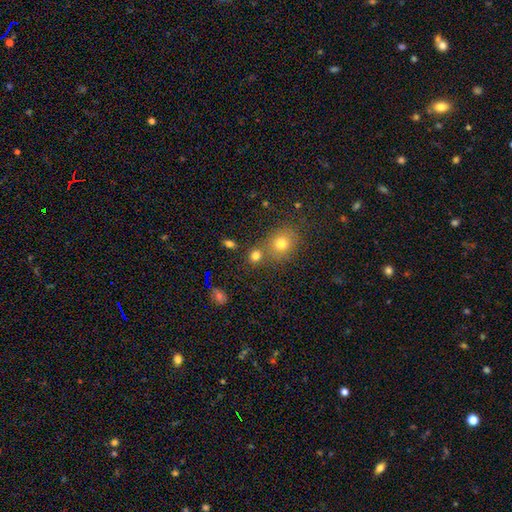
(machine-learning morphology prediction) smooth-or-featured: smooth: 74% | star or artifact: 17% | featured or disk: 9%
  how-rounded: round: 67% | in between: 31% | cigar-shaped: 2%
  merging: none: 61% | merger: 25% | minor disturbance: 10% | major disturbance: 4%